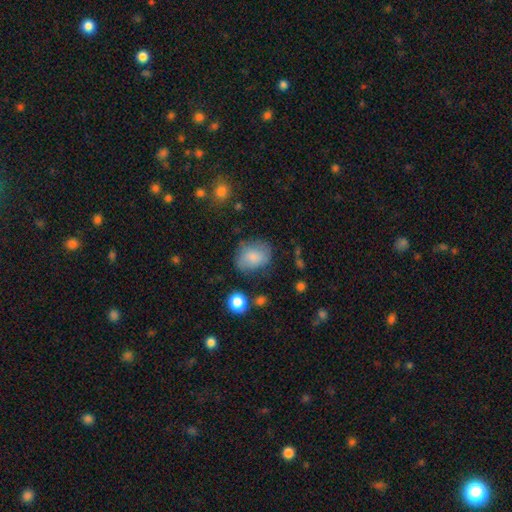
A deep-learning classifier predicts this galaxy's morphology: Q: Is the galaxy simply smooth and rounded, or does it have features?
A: smooth — 78%.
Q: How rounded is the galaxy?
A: in between — 53%.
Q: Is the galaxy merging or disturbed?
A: none — 61%.